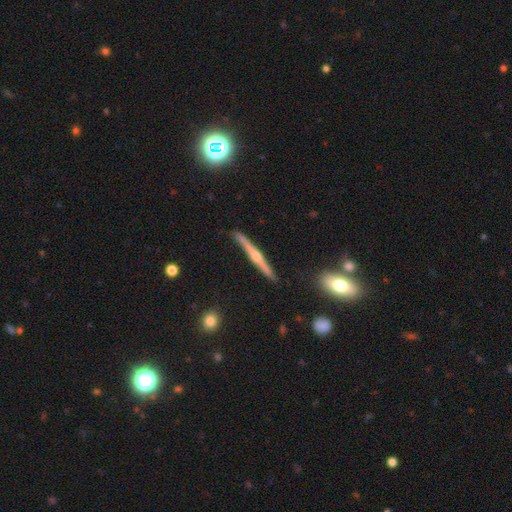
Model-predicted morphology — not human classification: This appears to be a featured or disk galaxy (77%) viewed edge-on (98%) with a rounded central bulge (86%). Merging: none (88%).